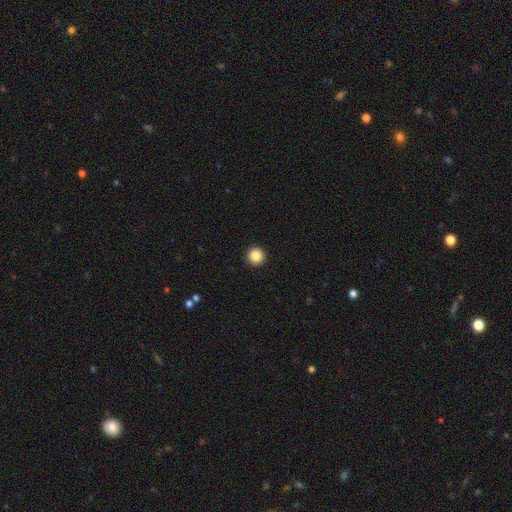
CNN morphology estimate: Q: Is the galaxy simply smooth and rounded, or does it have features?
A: smooth — 88%.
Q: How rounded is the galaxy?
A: round — 97%.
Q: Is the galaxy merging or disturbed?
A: none — 94%.